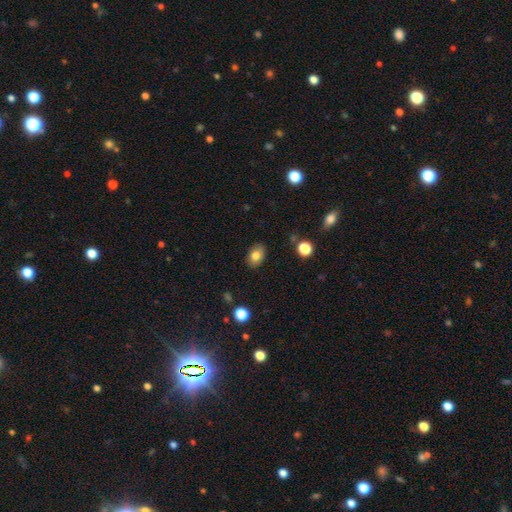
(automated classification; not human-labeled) Morphology: type=smooth (80%); roundness=in between (82%); merging=none (85%).